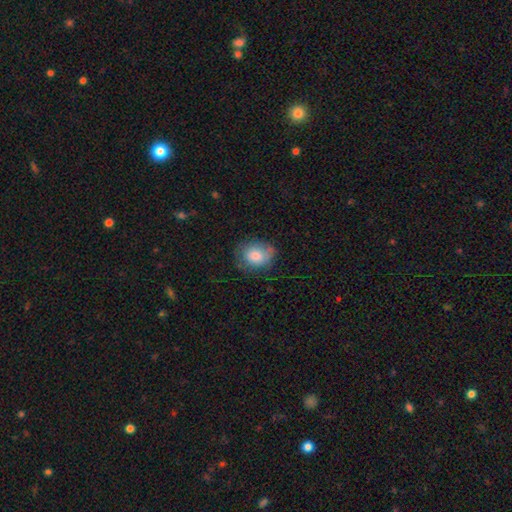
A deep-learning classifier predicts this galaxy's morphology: Q: Smooth or featured?
A: smooth (79%); runner-up: featured or disk (14%)
Q: How rounded?
A: in between (50%); runner-up: round (49%)
Q: Merging?
A: none (63%); runner-up: minor disturbance (26%)